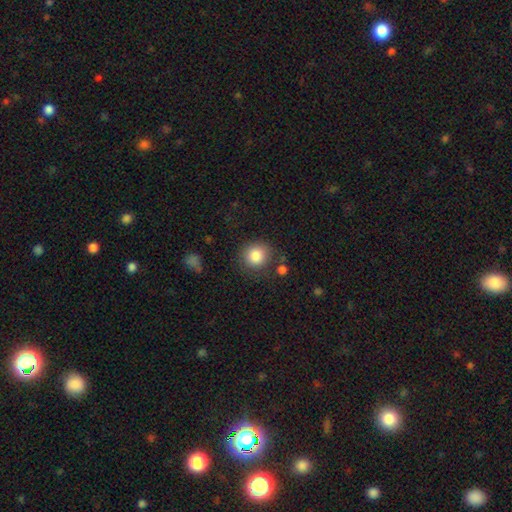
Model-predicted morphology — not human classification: Smooth or featured? Predicted: smooth (p=0.85). How rounded? Predicted: round (p=0.88). Merging? Predicted: none (p=0.80).